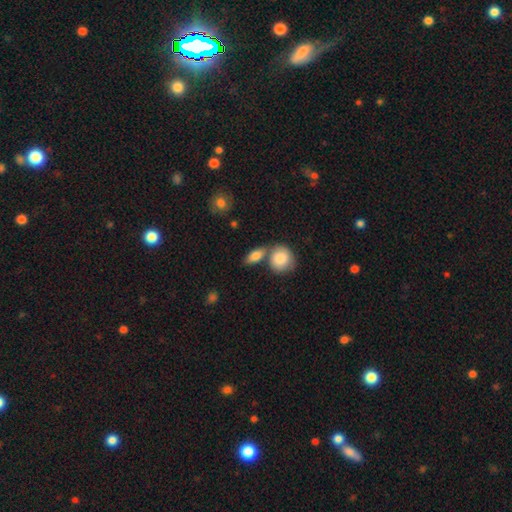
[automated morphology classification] The model was most divided on "merging": none: 55%, merger: 29%, minor disturbance: 12%, major disturbance: 4%. More confident: smooth or featured — smooth (82%); how rounded — in between (71%).